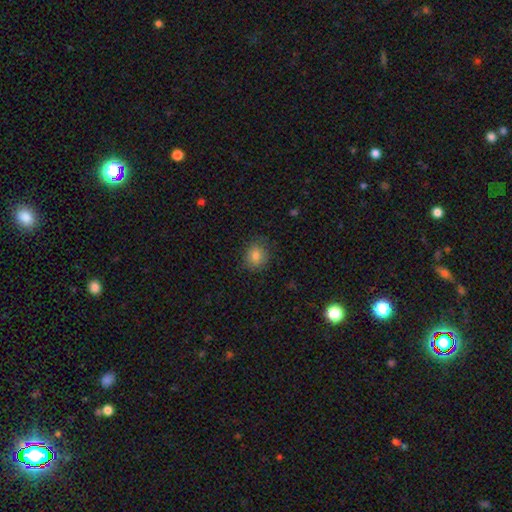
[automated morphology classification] Smooth or featured? smooth (80%)
How rounded? round (64%)
Merging? none (80%)